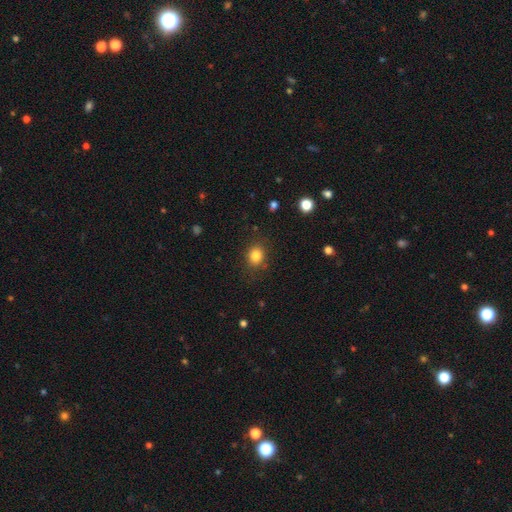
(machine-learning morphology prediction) Overall: smooth (83%). How rounded: round (63%; in between 36%). Merging: none (83%).